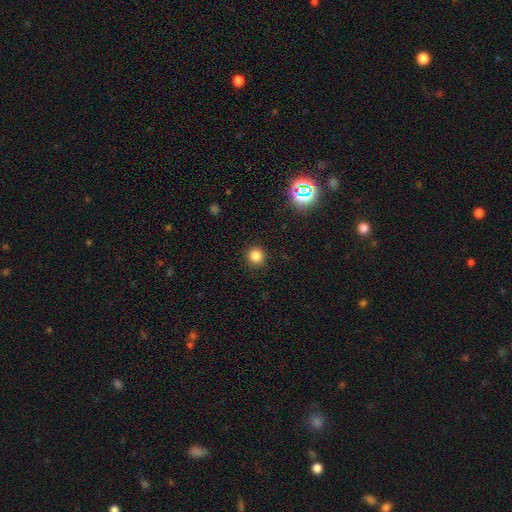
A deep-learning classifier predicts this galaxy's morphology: type=smooth (82%); roundness=round (92%); merging=none (91%).